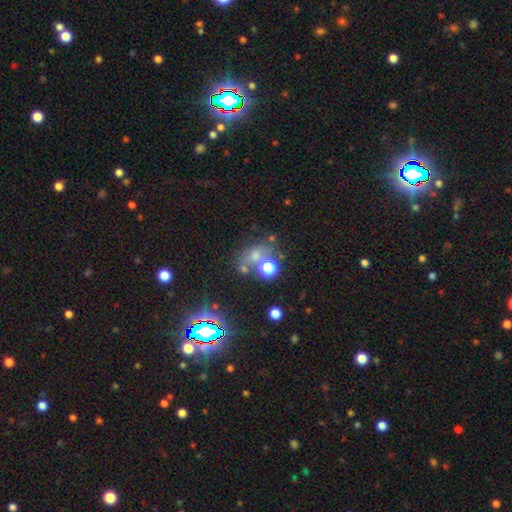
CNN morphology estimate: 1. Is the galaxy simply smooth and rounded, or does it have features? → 44% star or artifact, 42% smooth, 14% featured or disk.